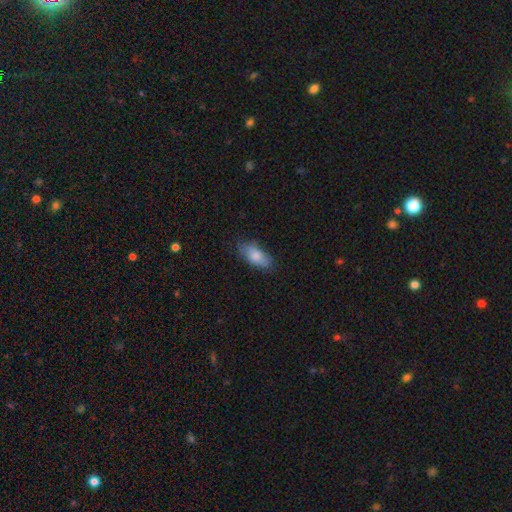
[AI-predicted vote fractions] The model was most divided on "merging": none: 74%, minor disturbance: 20%, major disturbance: 4%, merger: 1%. More confident: how rounded — in between (87%); smooth or featured — smooth (81%).